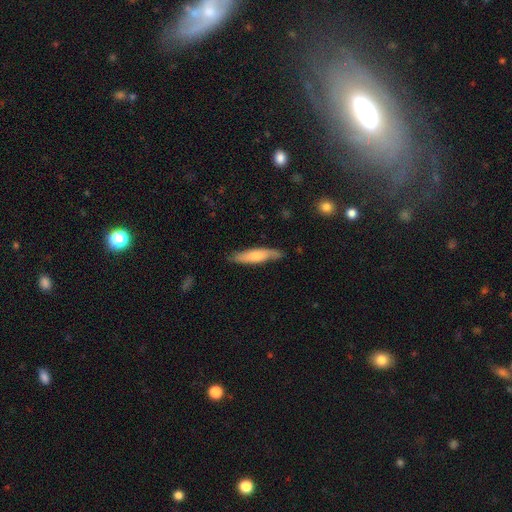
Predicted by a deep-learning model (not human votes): Smooth or featured: smooth — 65% (featured or disk — 30%)
How rounded: cigar-shaped — 78% (in between — 20%)
Merging: none — 76% (minor disturbance — 19%)